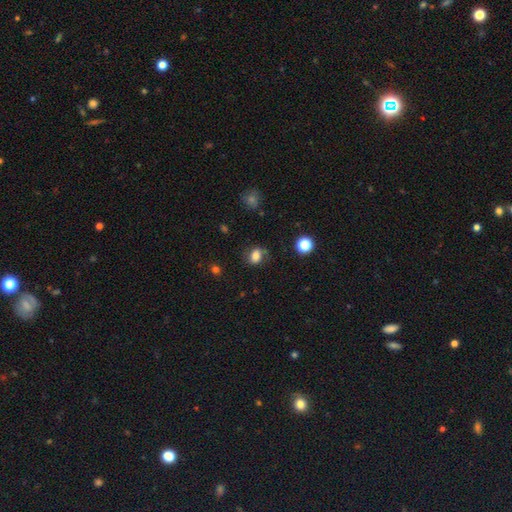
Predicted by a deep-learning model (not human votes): Overall: smooth (76%). How rounded: in between (64%; round 35%). Merging: none (69%).